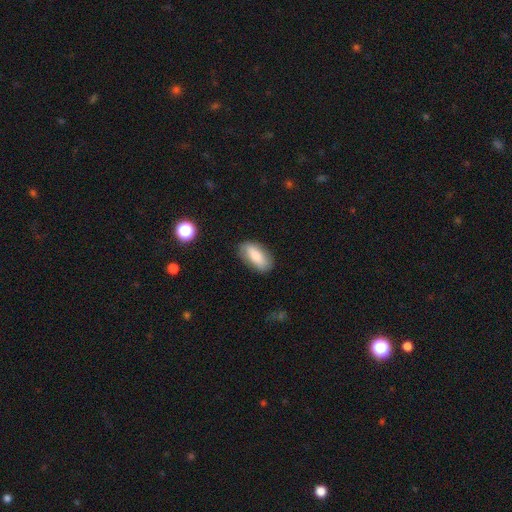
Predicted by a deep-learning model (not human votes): This appears to be a smooth galaxy with no disk features (78%) that is in between round and cigar-shaped (87%). Merging: none (81%).